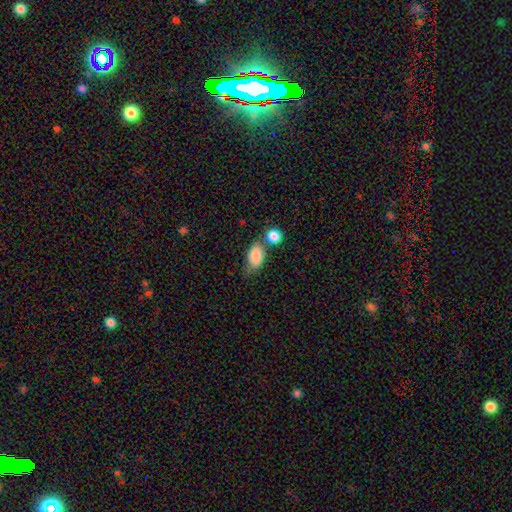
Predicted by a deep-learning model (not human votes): Smooth or featured? smooth (85%)
How rounded? in between (88%)
Merging? none (42%)